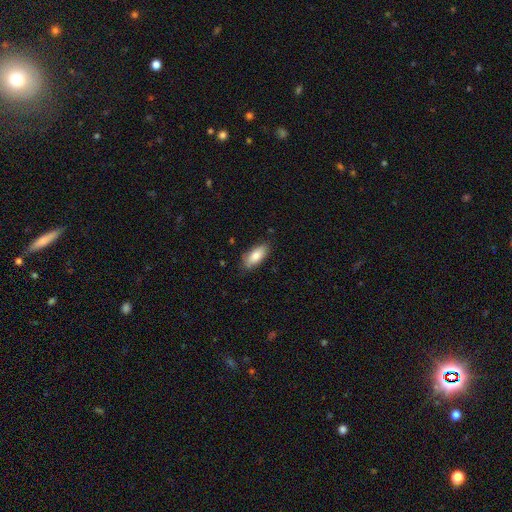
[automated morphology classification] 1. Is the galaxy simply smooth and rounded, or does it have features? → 82% smooth, 11% featured or disk, 6% star or artifact.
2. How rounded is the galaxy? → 87% in between, 11% cigar-shaped, 2% round.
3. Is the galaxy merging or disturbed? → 79% none, 17% minor disturbance, 3% major disturbance, 1% merger.